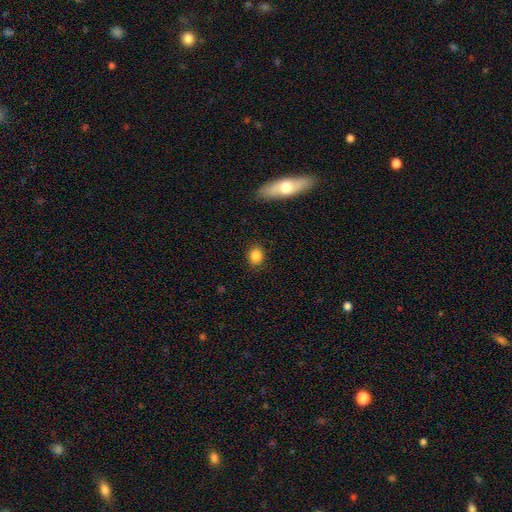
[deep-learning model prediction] A smooth galaxy with no disk features (85%) that is round (62%). Merging: none (88%).